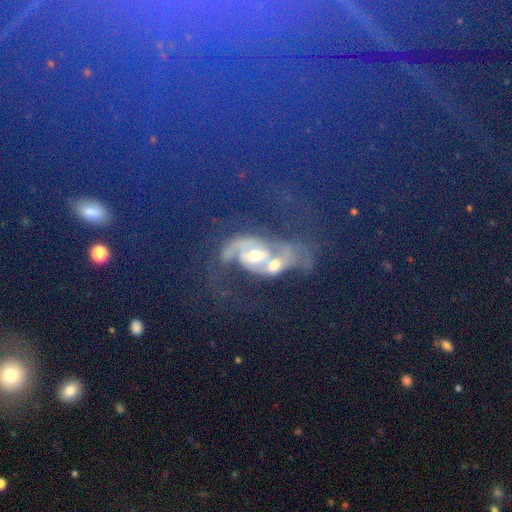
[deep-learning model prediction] Smooth or featured: featured or disk — 58% (star or artifact — 21%)
Edge-on disk: no — 93% (yes — 7%)
Bar: no — 65% (weak — 24%)
Spiral arms: yes — 70% (no — 30%)
Bulge size: moderate — 55% (small — 25%)
Merging: none — 32% (merger — 31%)